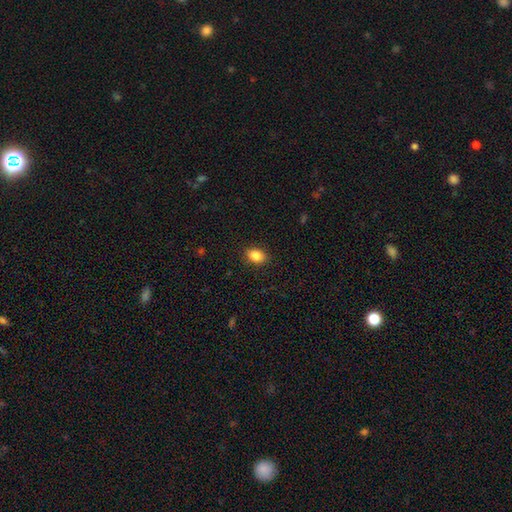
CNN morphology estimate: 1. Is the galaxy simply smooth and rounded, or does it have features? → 87% smooth, 9% star or artifact, 4% featured or disk.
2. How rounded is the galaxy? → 76% in between, 22% round, 1% cigar-shaped.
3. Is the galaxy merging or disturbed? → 88% none, 9% minor disturbance, 2% major disturbance, 1% merger.